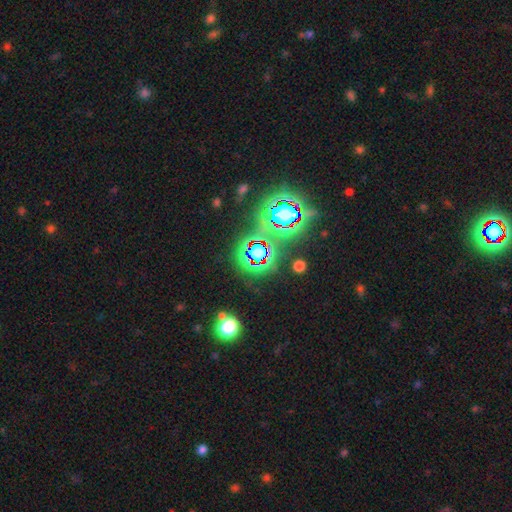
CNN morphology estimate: Overall: star or artifact (77%).